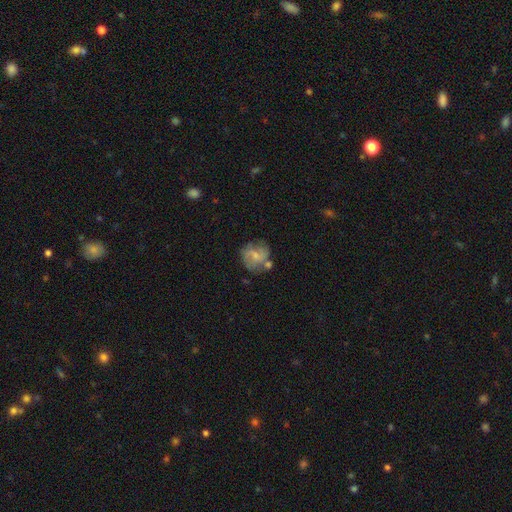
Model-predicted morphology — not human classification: A featured or disk galaxy (56%) with no bar (55%), spiral arms (75%) and a small central bulge (53%). Merging: none (56%).